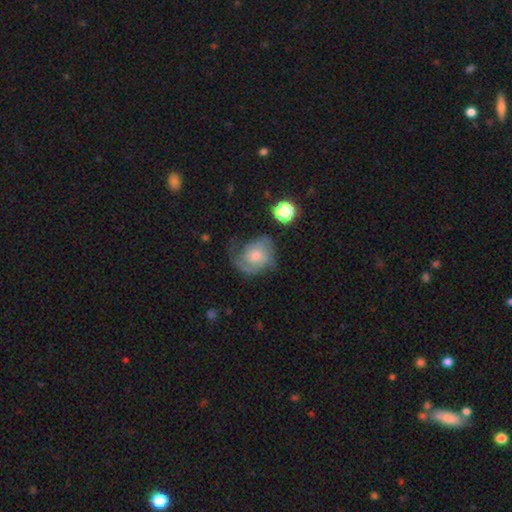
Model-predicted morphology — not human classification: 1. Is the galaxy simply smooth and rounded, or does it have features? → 60% featured or disk, 31% smooth, 9% star or artifact.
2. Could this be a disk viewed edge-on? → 97% no, 3% yes.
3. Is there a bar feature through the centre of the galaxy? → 75% no, 21% weak, 3% strong.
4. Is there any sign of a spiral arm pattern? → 86% yes, 14% no.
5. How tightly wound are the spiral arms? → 39% medium, 38% tight, 23% loose.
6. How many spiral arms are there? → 41% 2, 28% 1, 21% can't tell, 6% 3, 2% 4, 2% more than 4.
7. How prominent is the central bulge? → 54% moderate, 35% small, 6% large, 4% none, 1% dominant.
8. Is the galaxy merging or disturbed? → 49% none, 26% minor disturbance, 22% major disturbance, 3% merger.